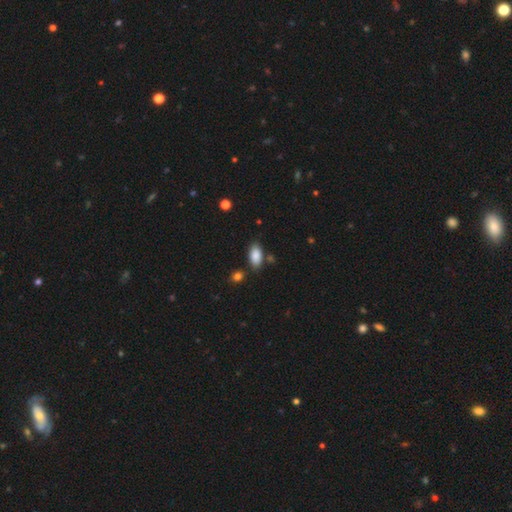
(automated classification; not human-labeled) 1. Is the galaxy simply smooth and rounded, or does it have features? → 87% smooth, 7% star or artifact, 6% featured or disk.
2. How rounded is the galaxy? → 91% in between, 6% cigar-shaped, 3% round.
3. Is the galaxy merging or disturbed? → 78% none, 14% minor disturbance, 5% merger, 3% major disturbance.